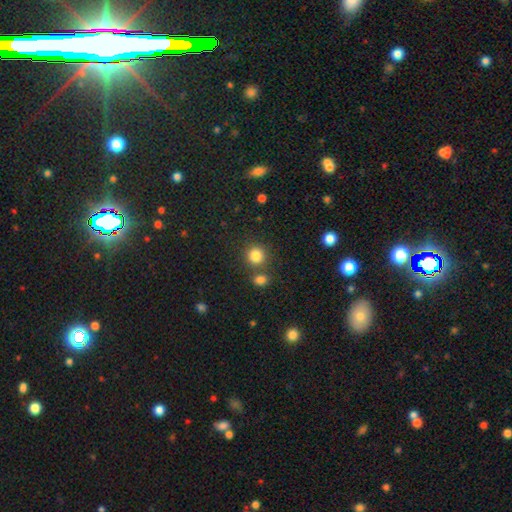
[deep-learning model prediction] smooth_or_featured: smooth (p=0.83) [alt: star or artifact p=0.12]
how_rounded: round (p=0.88) [alt: in between p=0.11]
merging: none (p=0.71) [alt: merger p=0.18]